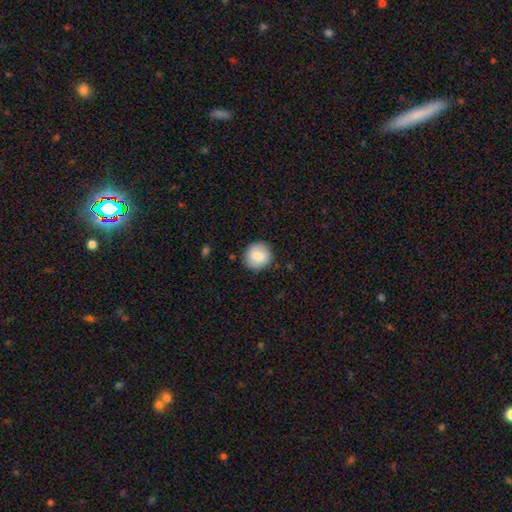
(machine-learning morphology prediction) A smooth galaxy with no disk features (84%) that is round (90%). Merging: none (88%).